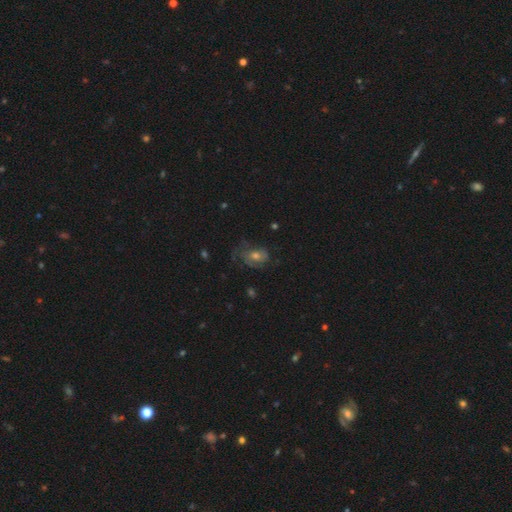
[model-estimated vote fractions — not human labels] Smooth or featured?
  - featured or disk: 53% *
  - smooth: 30%
  - star or artifact: 17%
Edge-on disk?
  - no: 96% *
  - yes: 4%
Bar?
  - no: 74% *
  - weak: 22%
  - strong: 4%
Spiral arms?
  - yes: 74% *
  - no: 26%
Bulge size?
  - moderate: 62% *
  - small: 24%
  - large: 10%
  - none: 3%
  - dominant: 2%
Merging?
  - none: 55% *
  - minor disturbance: 23%
  - major disturbance: 20%
  - merger: 2%